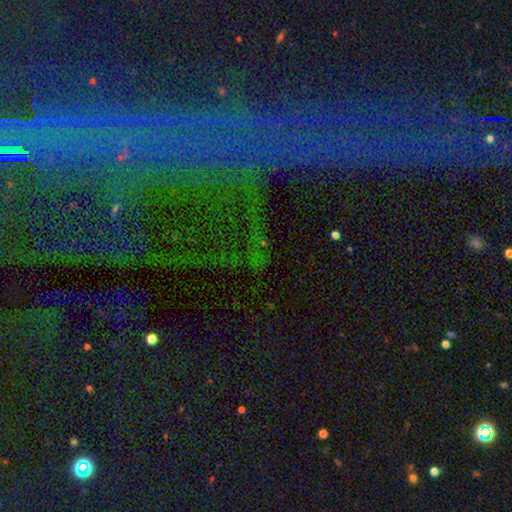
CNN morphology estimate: Overall: star or artifact (68%).